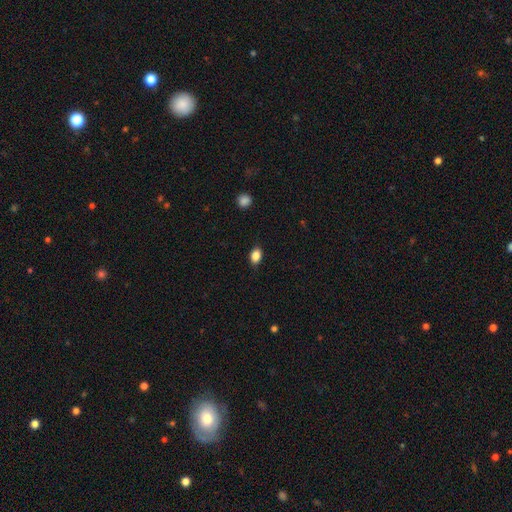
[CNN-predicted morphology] smooth 86%, star or artifact 9%, featured or disk 5%. Down the decision tree: how rounded — in between (80%); merging — none (87%).